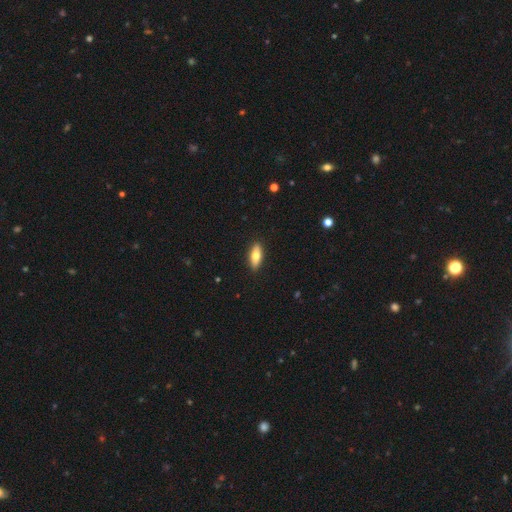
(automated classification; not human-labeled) A smooth galaxy with no disk features (68%) that is in between round and cigar-shaped (71%).

Vote fractions:
- Smooth or featured? smooth: 68% / featured or disk: 26% / star or artifact: 6%
- How rounded? in between: 71% / cigar-shaped: 26% / round: 3%
- Merging? none: 90% / minor disturbance: 7% / major disturbance: 2% / merger: 1%